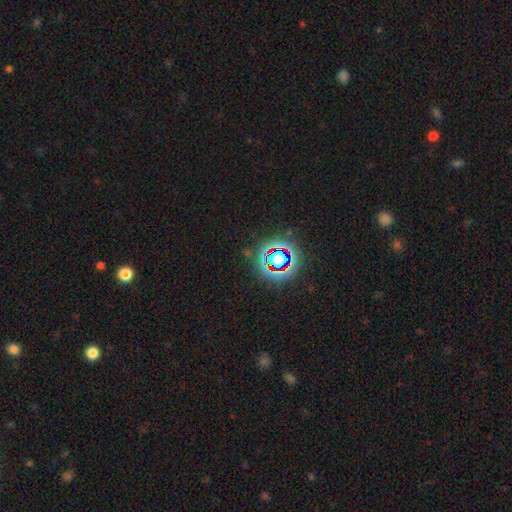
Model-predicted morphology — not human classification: Overall: star or artifact (78%).